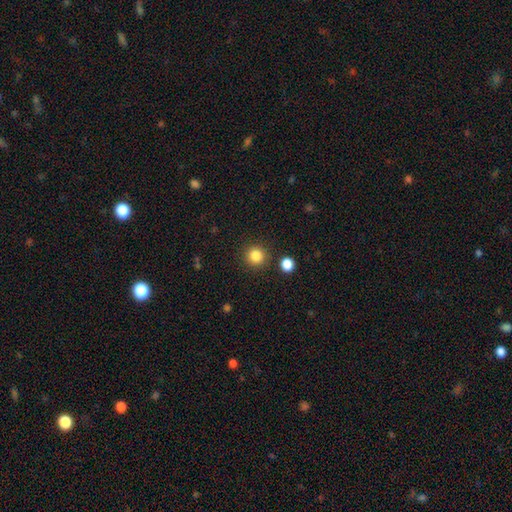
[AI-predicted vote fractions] Smooth or featured?
  - smooth: 85% *
  - star or artifact: 11%
  - featured or disk: 4%
How rounded?
  - round: 93% *
  - in between: 6%
  - cigar-shaped: 1%
Merging?
  - none: 89% *
  - minor disturbance: 6%
  - merger: 3%
  - major disturbance: 2%